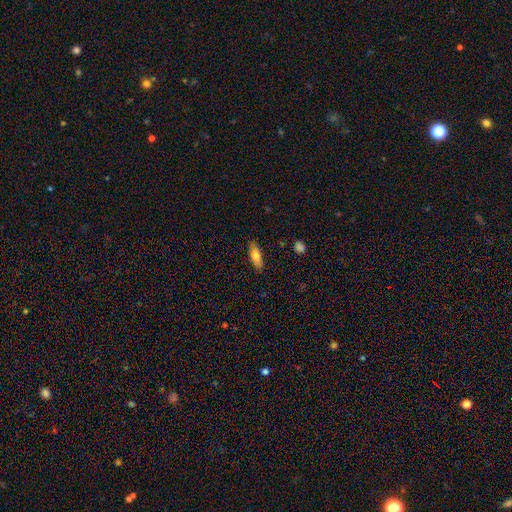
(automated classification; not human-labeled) Smooth or featured: smooth — 78% (featured or disk — 15%)
How rounded: in between — 67% (cigar-shaped — 30%)
Merging: none — 85% (minor disturbance — 12%)